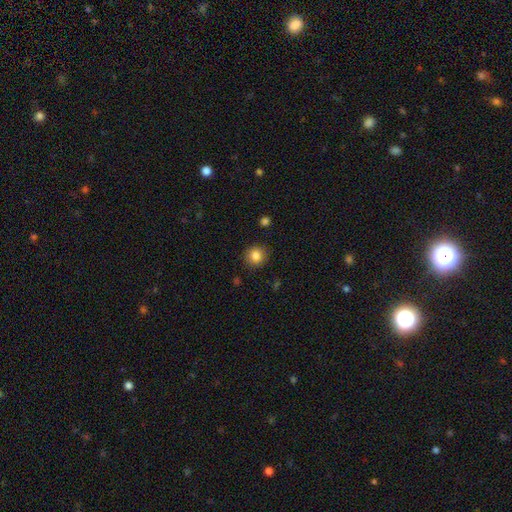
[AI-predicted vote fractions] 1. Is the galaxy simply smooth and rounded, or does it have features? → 84% smooth, 10% star or artifact, 6% featured or disk.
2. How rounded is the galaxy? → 89% round, 10% in between, 1% cigar-shaped.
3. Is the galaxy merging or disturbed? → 89% none, 8% minor disturbance, 2% major disturbance, 1% merger.